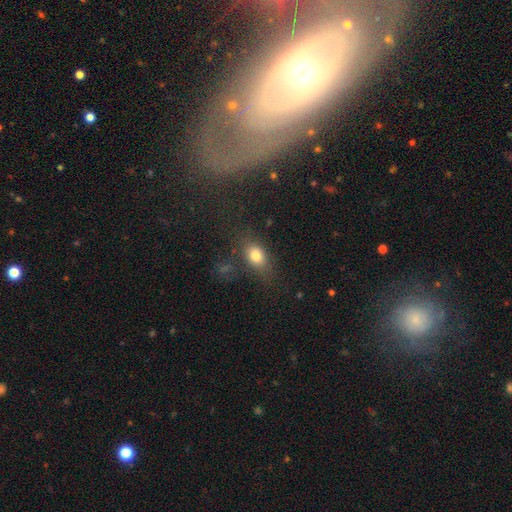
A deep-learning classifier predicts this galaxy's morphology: A smooth galaxy with no disk features (77%) that is in between round and cigar-shaped (72%).

Vote fractions:
- Smooth or featured? smooth: 77% / star or artifact: 12% / featured or disk: 11%
- How rounded? in between: 72% / round: 23% / cigar-shaped: 5%
- Merging? none: 67% / minor disturbance: 19% / major disturbance: 10% / merger: 5%